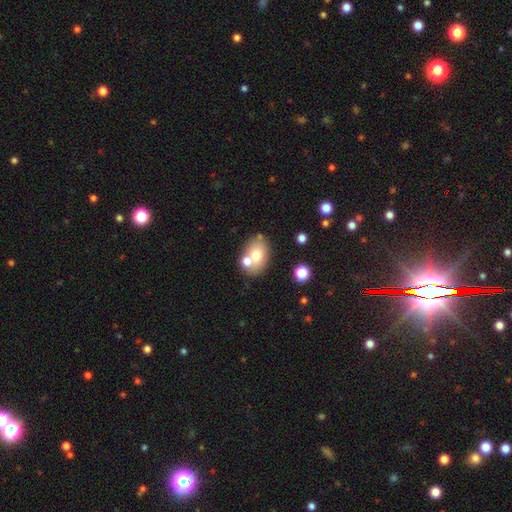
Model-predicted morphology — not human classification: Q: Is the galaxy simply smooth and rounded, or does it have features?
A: smooth — 68%.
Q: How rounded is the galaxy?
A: in between — 69%.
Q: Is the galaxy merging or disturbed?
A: none — 58%.